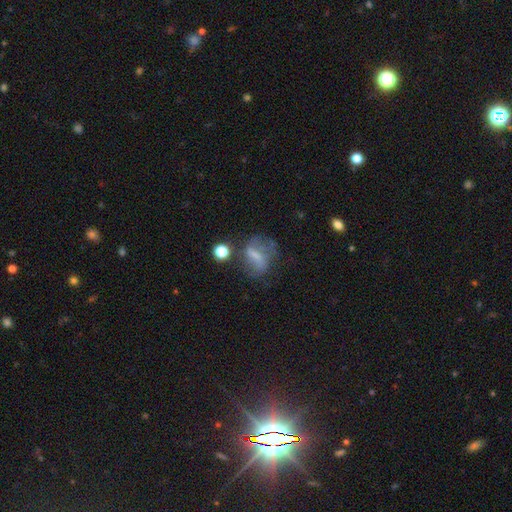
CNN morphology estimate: Q: Smooth or featured?
A: featured or disk (43%); runner-up: smooth (42%)
Q: Merging?
A: none (40%); runner-up: major disturbance (28%)